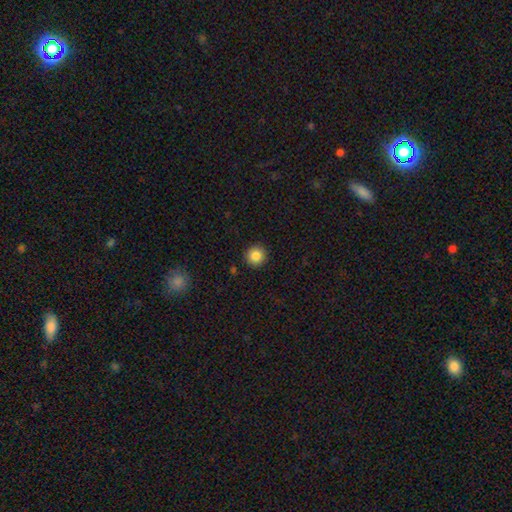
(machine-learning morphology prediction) Smooth or featured?
  - smooth: 85% *
  - star or artifact: 10%
  - featured or disk: 5%
How rounded?
  - round: 94% *
  - in between: 5%
  - cigar-shaped: 1%
Merging?
  - none: 91% *
  - minor disturbance: 6%
  - major disturbance: 2%
  - merger: 1%